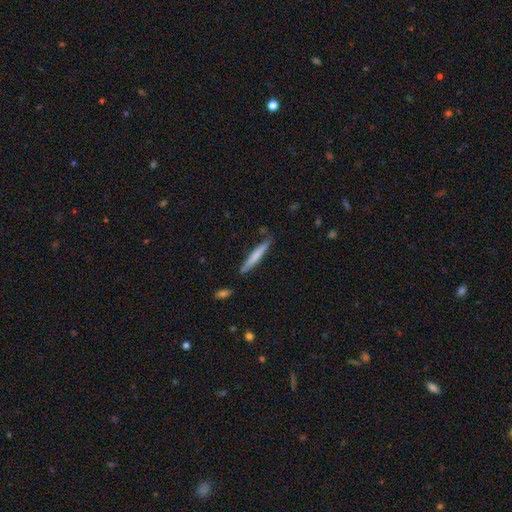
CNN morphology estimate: Smooth or featured?
  - smooth: 66% *
  - featured or disk: 29%
  - star or artifact: 5%
How rounded?
  - cigar-shaped: 95% *
  - in between: 3%
  - round: 1%
Merging?
  - none: 84% *
  - minor disturbance: 12%
  - merger: 2%
  - major disturbance: 2%